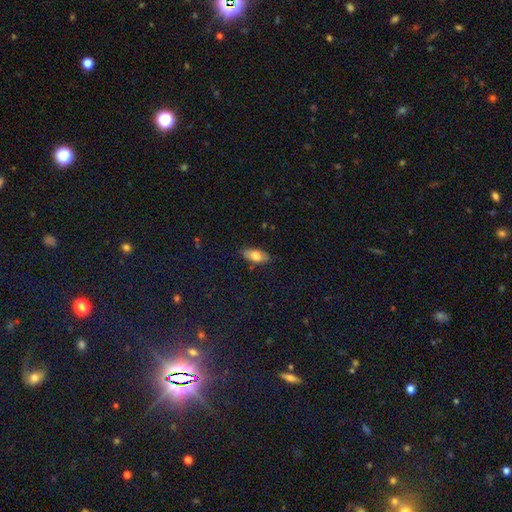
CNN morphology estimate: The model was most divided on "smooth or featured": smooth: 76%, featured or disk: 17%, star or artifact: 7%. More confident: how rounded — in between (88%); merging — none (83%).